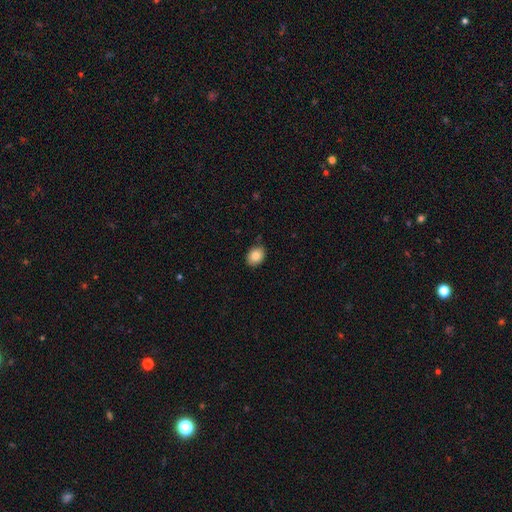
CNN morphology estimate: Q: Smooth or featured?
A: smooth (87%); runner-up: star or artifact (8%)
Q: How rounded?
A: in between (62%); runner-up: round (37%)
Q: Merging?
A: none (85%); runner-up: minor disturbance (12%)